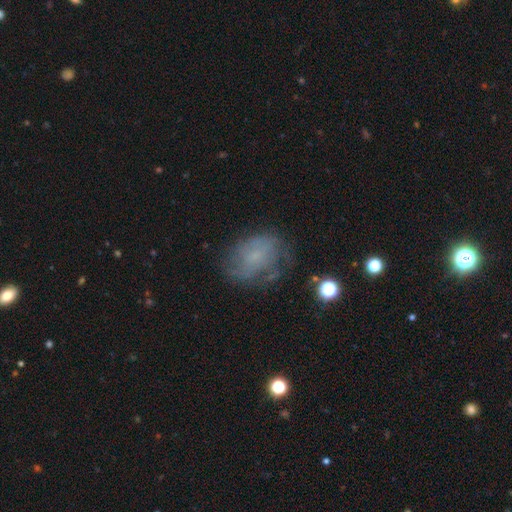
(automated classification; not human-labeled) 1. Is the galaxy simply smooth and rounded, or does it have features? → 49% featured or disk, 38% smooth, 13% star or artifact.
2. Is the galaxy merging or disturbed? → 56% none, 24% minor disturbance, 18% major disturbance, 2% merger.